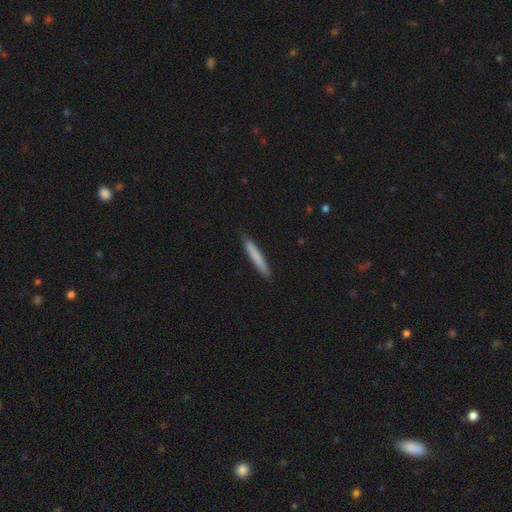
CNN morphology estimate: This appears to be a smooth galaxy with no disk features (77%) that is cigar-shaped (95%). Merging: none (89%).